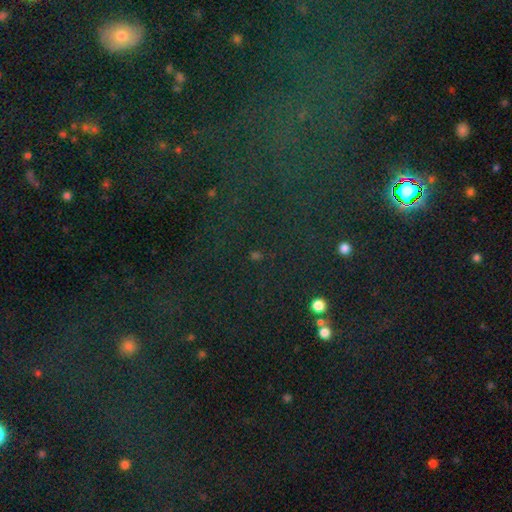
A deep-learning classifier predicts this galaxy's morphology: smooth-or-featured: star or artifact: 68% | smooth: 23% | featured or disk: 9%